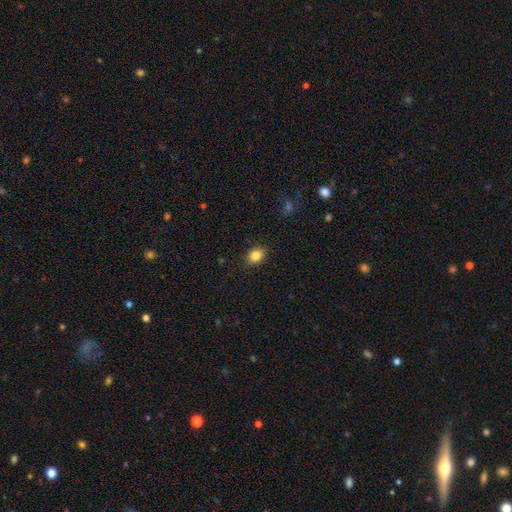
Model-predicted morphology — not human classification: The model was most divided on "how rounded": in between: 54%, round: 45%, cigar-shaped: 1%. More confident: merging — none (88%); smooth or featured — smooth (84%).